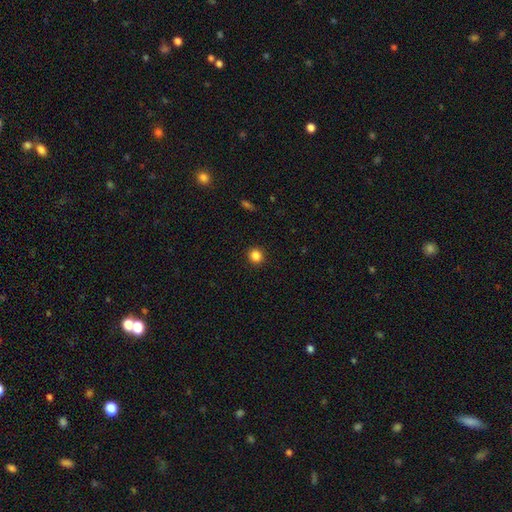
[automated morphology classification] Overall: smooth (85%). How rounded: round (87%). Merging: none (92%).